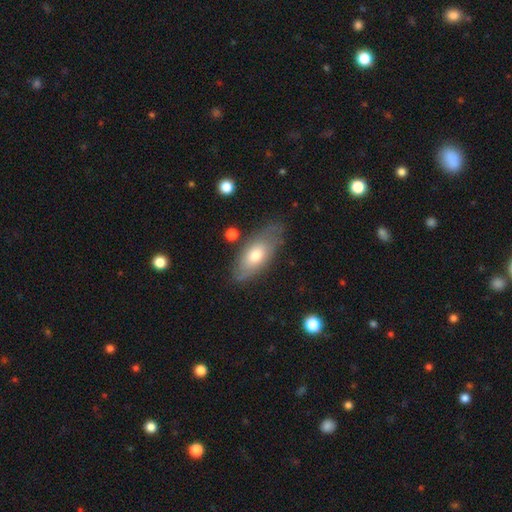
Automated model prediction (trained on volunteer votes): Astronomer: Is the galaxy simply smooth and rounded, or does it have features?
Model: smooth — 60%.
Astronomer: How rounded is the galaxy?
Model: in between — 83%.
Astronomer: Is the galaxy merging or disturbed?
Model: none — 71%.